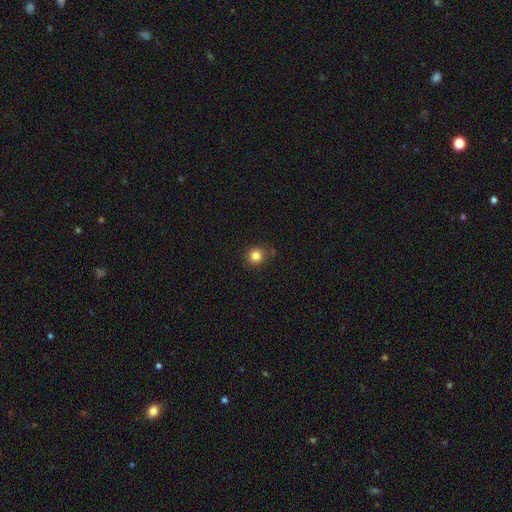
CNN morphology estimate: smooth_or_featured: smooth (p=0.84) [alt: star or artifact p=0.12]
how_rounded: round (p=0.89) [alt: in between p=0.10]
merging: none (p=0.85) [alt: minor disturbance p=0.10]